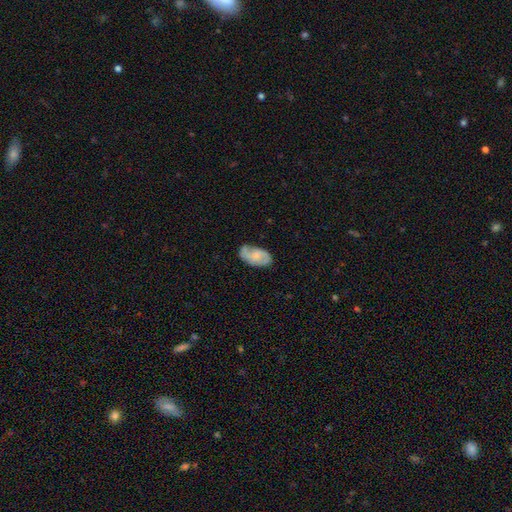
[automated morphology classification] The model was most divided on "spiral winding": medium: 45%, loose: 29%, tight: 26%. Remaining: edge-on disk — no (96%); spiral arms — yes (90%); spiral arm count — 2 (80%); merging — none (65%); bar — no (63%); smooth or featured — featured or disk (62%); bulge size — small (49%).